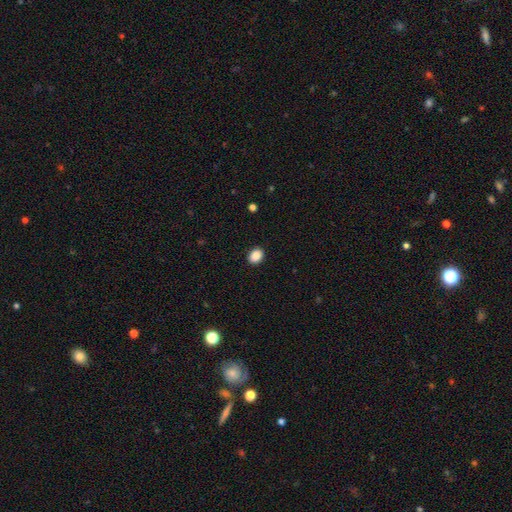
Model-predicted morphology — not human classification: type=smooth (88%); roundness=in between (56%); merging=none (91%).